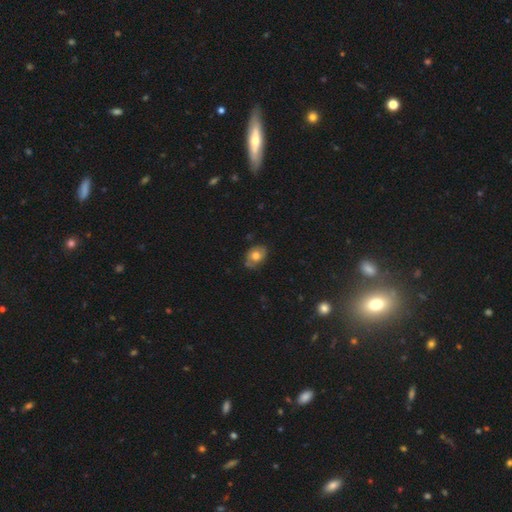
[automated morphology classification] Smooth or featured? Predicted: smooth (p=0.58). How rounded? Predicted: in between (p=0.75). Merging? Predicted: none (p=0.70).